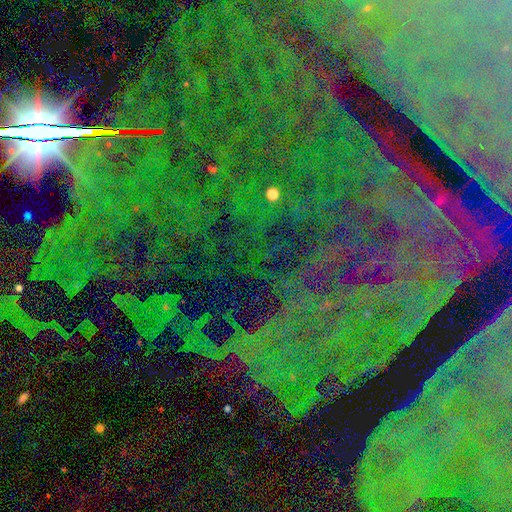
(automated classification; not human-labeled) This is clearly a star or artifact rather than a galaxy (85%).